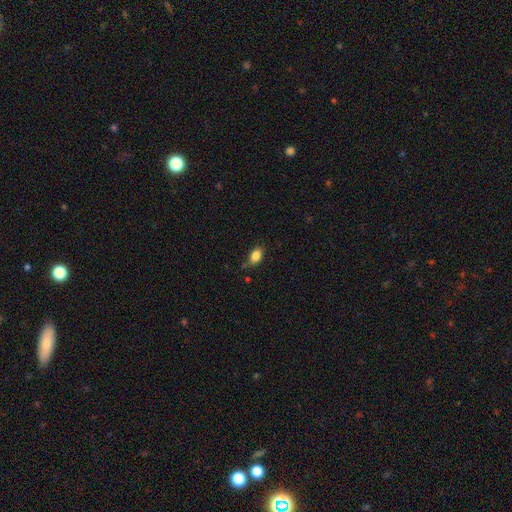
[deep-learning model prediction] Smooth or featured? smooth (85%)
How rounded? in between (86%)
Merging? none (72%)